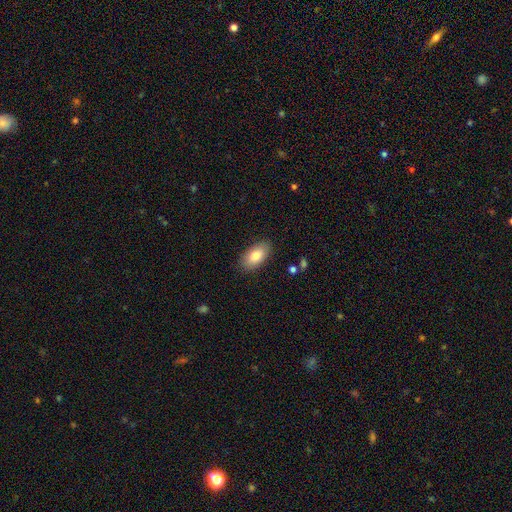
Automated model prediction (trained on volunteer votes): Smooth or featured? Predicted: smooth (p=0.82). How rounded? Predicted: in between (p=0.93). Merging? Predicted: none (p=0.87).